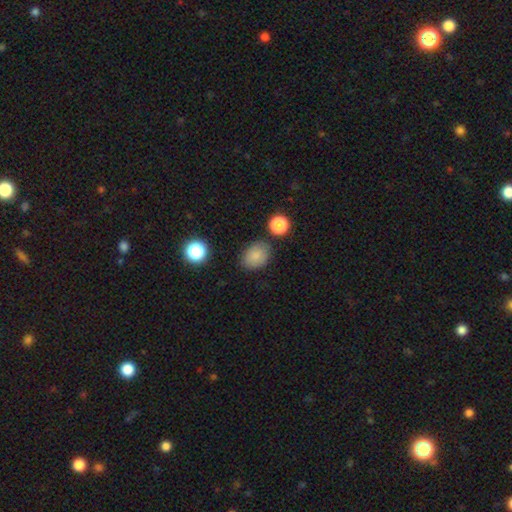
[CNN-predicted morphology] Smooth or featured?
  - smooth: 83% *
  - star or artifact: 10%
  - featured or disk: 7%
How rounded?
  - in between: 69% *
  - round: 30%
  - cigar-shaped: 1%
Merging?
  - none: 79% *
  - minor disturbance: 13%
  - merger: 4%
  - major disturbance: 4%